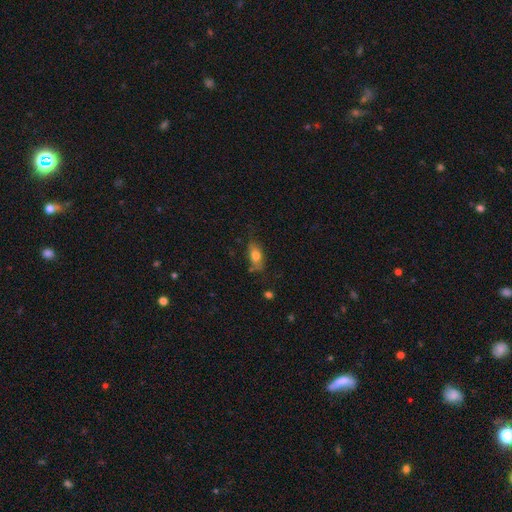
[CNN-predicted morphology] smooth-or-featured: smooth: 70% | featured or disk: 22% | star or artifact: 8%
  how-rounded: in between: 80% | cigar-shaped: 14% | round: 7%
  merging: none: 64% | minor disturbance: 26% | major disturbance: 7% | merger: 3%